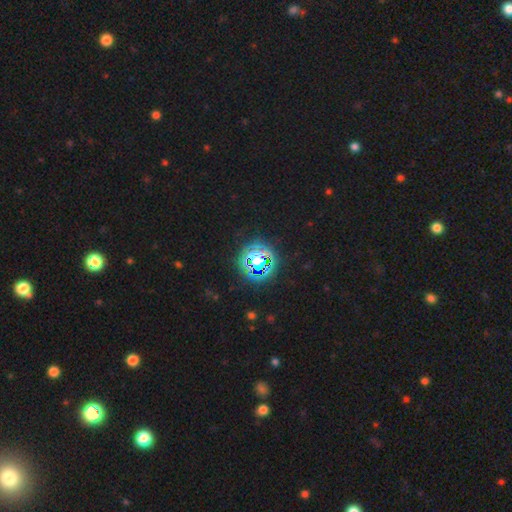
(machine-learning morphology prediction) This appears to be a star or artifact, not a galaxy (78%).